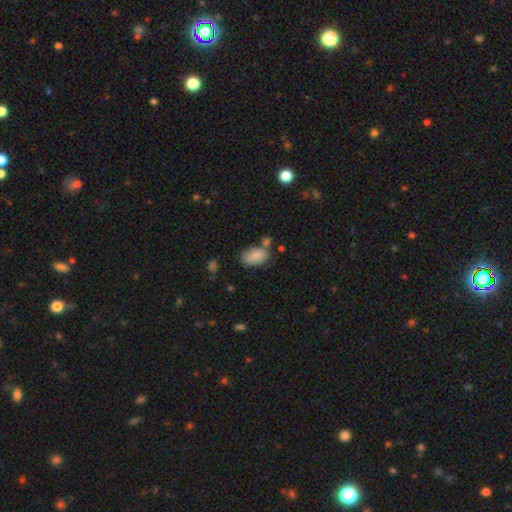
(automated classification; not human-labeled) This appears to be a smooth galaxy with no disk features (85%) that is in between round and cigar-shaped (93%). Merging: none (61%).